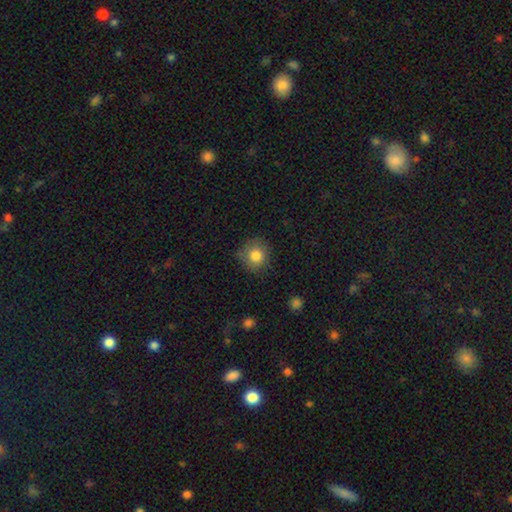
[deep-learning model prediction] Smooth or featured?
  - smooth: 83% *
  - star or artifact: 10%
  - featured or disk: 8%
How rounded?
  - round: 90% *
  - in between: 9%
  - cigar-shaped: 1%
Merging?
  - none: 80% *
  - minor disturbance: 15%
  - major disturbance: 4%
  - merger: 1%